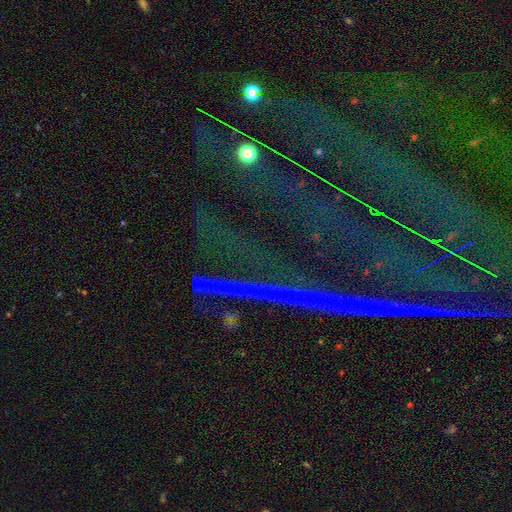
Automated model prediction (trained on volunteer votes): A star or artifact, not a galaxy (82%).